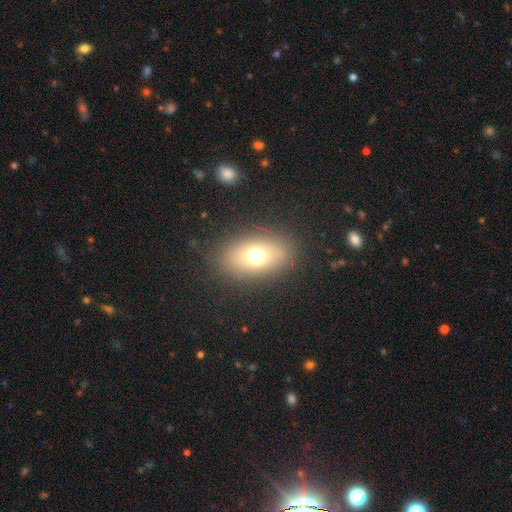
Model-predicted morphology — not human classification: type=smooth (66%); roundness=in between (73%); merging=none (84%).